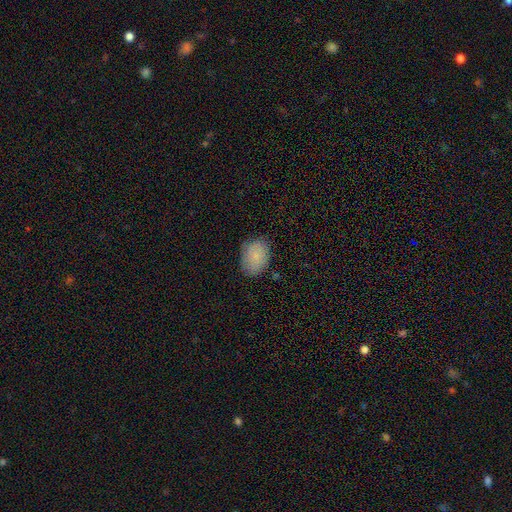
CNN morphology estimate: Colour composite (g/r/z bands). It shows a smooth galaxy with no disk features (84%) that is in between round and cigar-shaped (71%). Merging: none (75%).